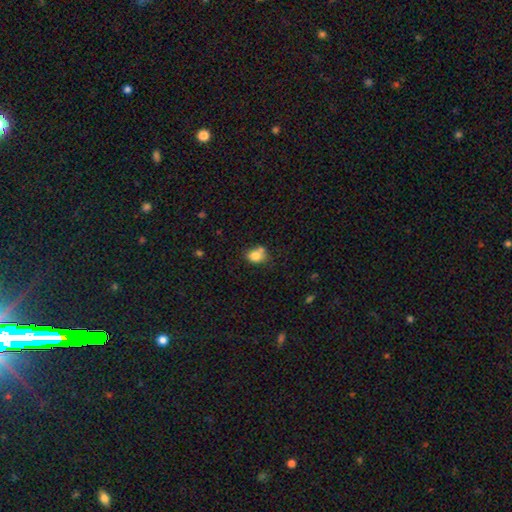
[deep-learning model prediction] Smooth or featured? Predicted: smooth (p=0.79). How rounded? Predicted: in between (p=0.52). Merging? Predicted: none (p=0.49).